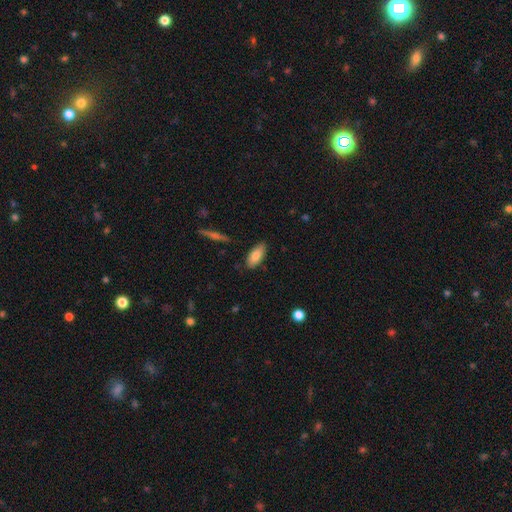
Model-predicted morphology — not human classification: Smooth or featured?
  - smooth: 82% *
  - featured or disk: 12%
  - star or artifact: 7%
How rounded?
  - in between: 87% *
  - cigar-shaped: 11%
  - round: 2%
Merging?
  - none: 83% *
  - minor disturbance: 13%
  - major disturbance: 2%
  - merger: 2%